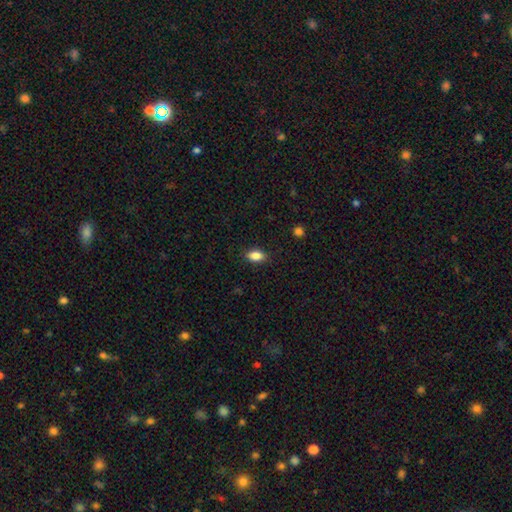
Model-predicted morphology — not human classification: A smooth galaxy with no disk features (85%) that is in between round and cigar-shaped (87%). Merging: none (87%).